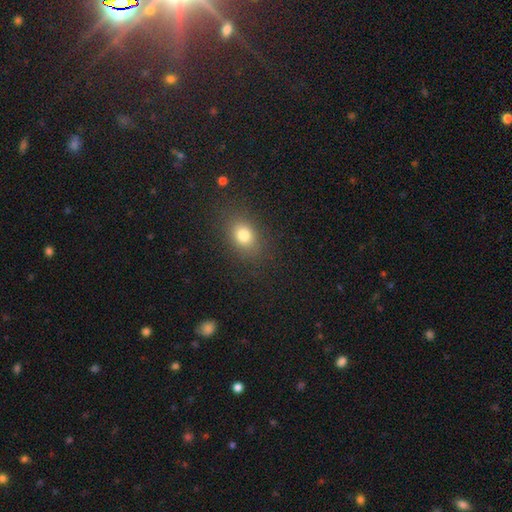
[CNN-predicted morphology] Smooth or featured: smooth — 69% (star or artifact — 23%)
How rounded: in between — 62% (round — 36%)
Merging: none — 89% (minor disturbance — 7%)